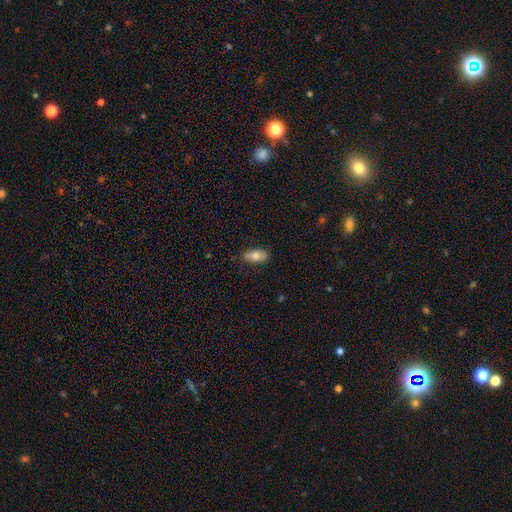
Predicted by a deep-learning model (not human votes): This is likely a smooth galaxy (78%). How rounded: clearly in between (84%). Merging: clearly none (83%).